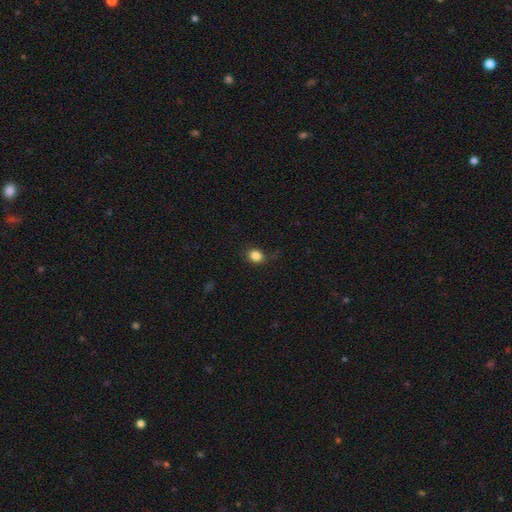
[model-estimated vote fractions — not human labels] Overall: smooth (85%). How rounded: round (61%; in between 38%). Merging: none (79%).